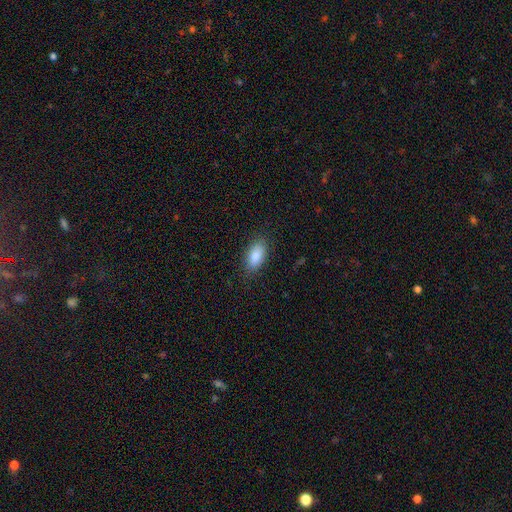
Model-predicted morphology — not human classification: Overall: smooth (88%). How rounded: in between (90%). Merging: none (85%).